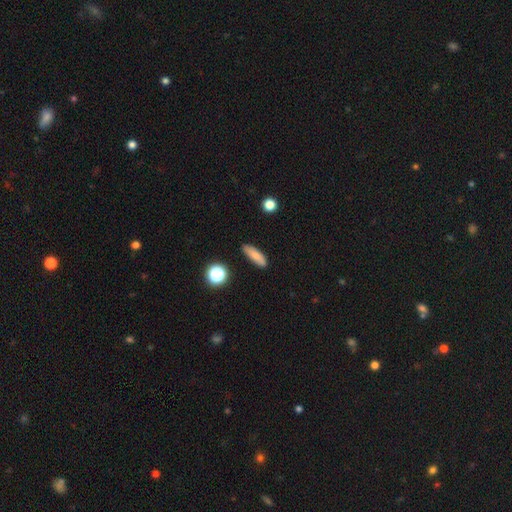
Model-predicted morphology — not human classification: Overall: smooth (79%). How rounded: cigar-shaped (54%; in between 41%). Merging: none (85%).